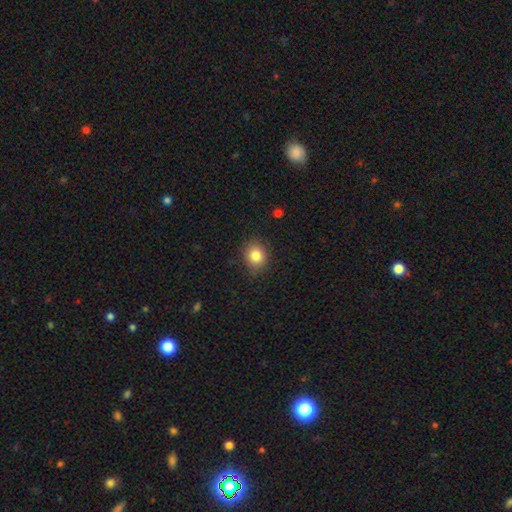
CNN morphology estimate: Smooth or featured? Predicted: smooth (p=0.83). How rounded? Predicted: round (p=0.66). Merging? Predicted: none (p=0.84).